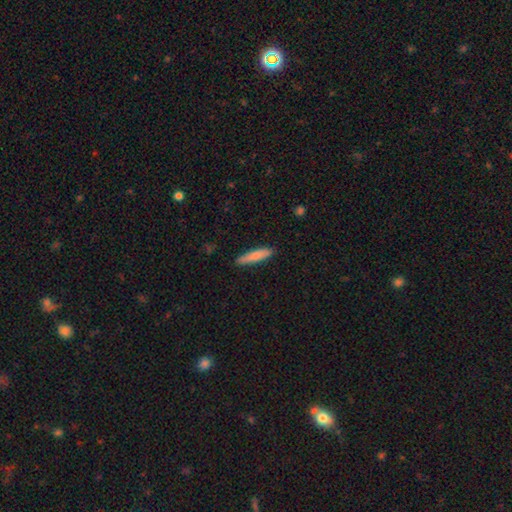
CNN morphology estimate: Smooth or featured?
  - smooth: 80% *
  - featured or disk: 14%
  - star or artifact: 6%
How rounded?
  - cigar-shaped: 83% *
  - in between: 16%
  - round: 1%
Merging?
  - none: 87% *
  - minor disturbance: 10%
  - major disturbance: 2%
  - merger: 1%